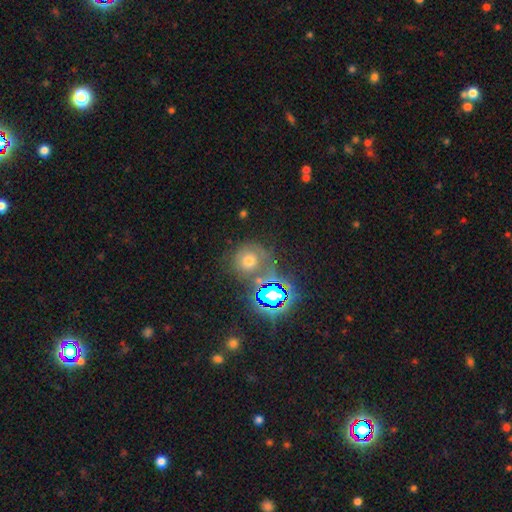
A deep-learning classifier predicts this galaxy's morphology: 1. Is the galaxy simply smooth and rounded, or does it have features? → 59% star or artifact, 31% smooth, 10% featured or disk.